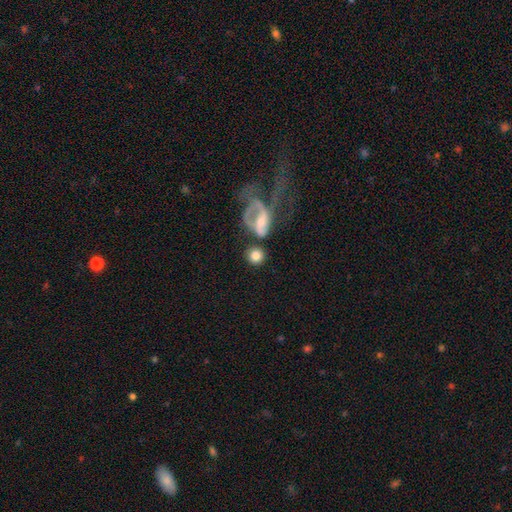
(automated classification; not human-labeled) smooth-or-featured: smooth: 77% | featured or disk: 15% | star or artifact: 8%
  how-rounded: round: 87% | in between: 12% | cigar-shaped: 1%
  merging: none: 57% | merger: 22% | minor disturbance: 11% | major disturbance: 9%